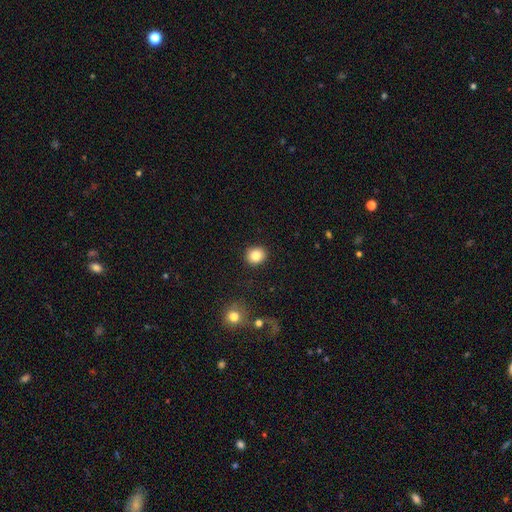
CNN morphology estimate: This is clearly a smooth galaxy (84%). How rounded: likely round (75%). Merging: clearly none (90%).